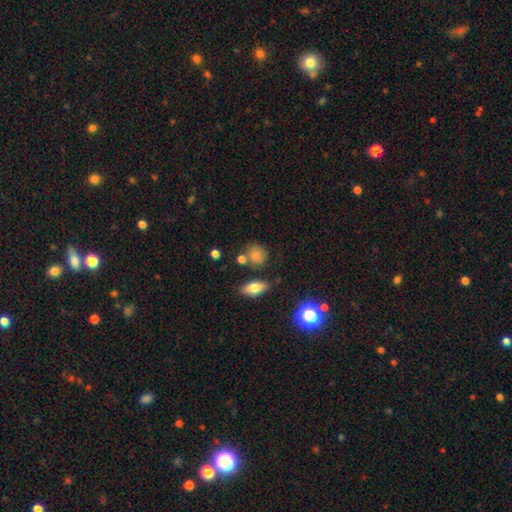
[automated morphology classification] This appears to be a smooth galaxy with no disk features (78%) that is round (75%). Merging: none (66%).